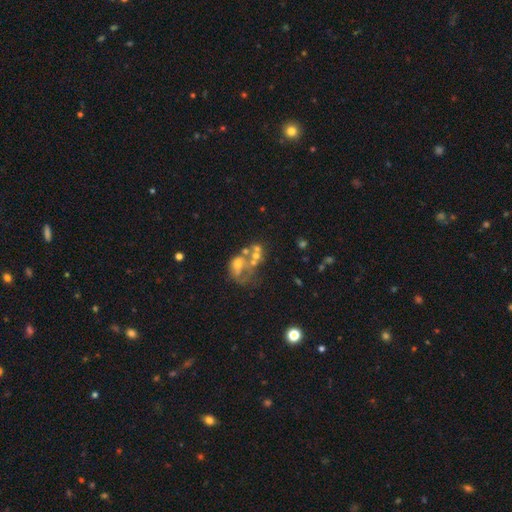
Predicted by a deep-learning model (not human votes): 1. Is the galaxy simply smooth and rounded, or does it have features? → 51% featured or disk, 31% smooth, 18% star or artifact.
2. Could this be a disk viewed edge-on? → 98% no, 2% yes.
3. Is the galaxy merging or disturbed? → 43% merger, 25% major disturbance, 21% none, 12% minor disturbance.